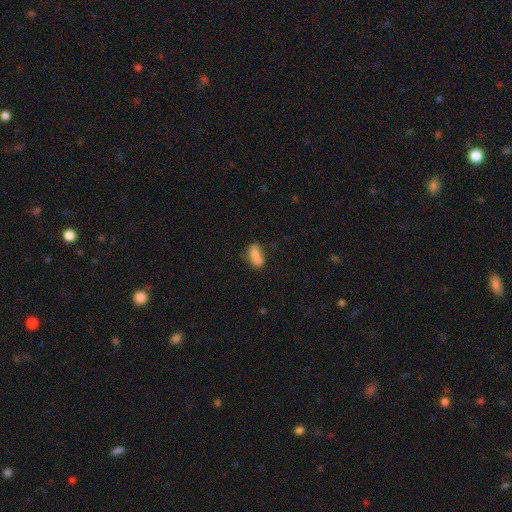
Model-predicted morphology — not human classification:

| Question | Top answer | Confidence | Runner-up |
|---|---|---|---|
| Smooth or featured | smooth | 80% | featured or disk (11%) |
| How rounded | in between | 82% | cigar-shaped (14%) |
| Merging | none | 57% | minor disturbance (25%) |